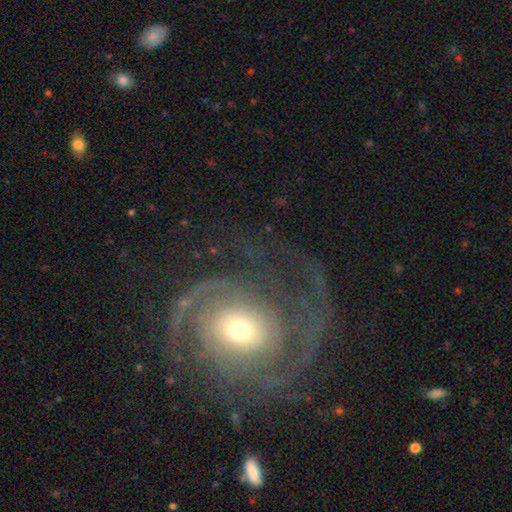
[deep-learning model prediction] Smooth or featured? featured or disk (89%)
Edge-on disk? no (98%)
Bar? no (65%)
Spiral arms? yes (97%)
Spiral winding? tight (50%)
Spiral arm count? 2 (62%)
Bulge size? moderate (51%)
Merging? none (70%)